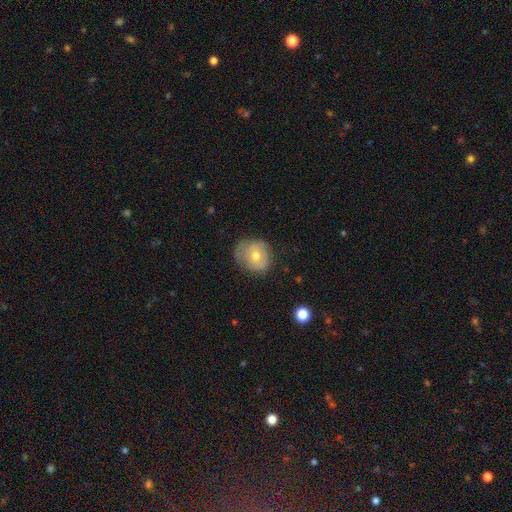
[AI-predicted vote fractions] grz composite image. It shows a smooth galaxy with no disk features (63%) that is round (74%). Merging: none (64%).